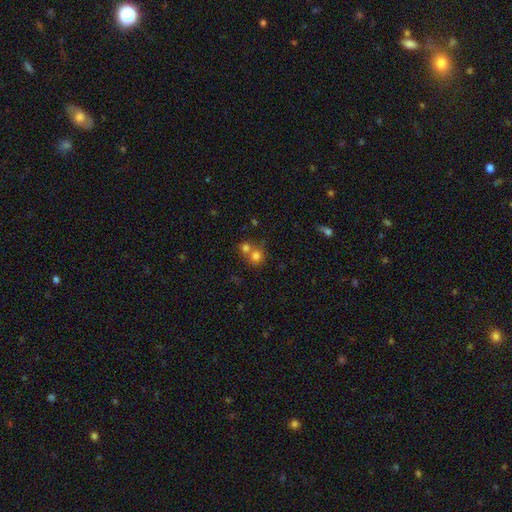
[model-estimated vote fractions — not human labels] A smooth galaxy with no disk features (75%) that is round (85%). Merging: merger (52%).